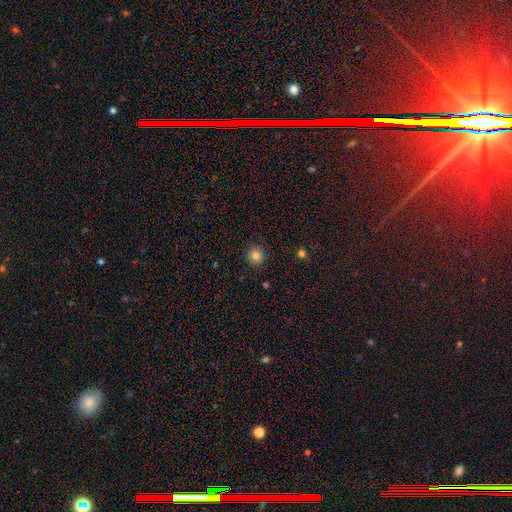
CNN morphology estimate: A smooth galaxy with no disk features (83%) that is round (93%).

Vote fractions:
- Smooth or featured? smooth: 83% / star or artifact: 12% / featured or disk: 5%
- How rounded? round: 93% / in between: 6% / cigar-shaped: 1%
- Merging? none: 90% / minor disturbance: 7% / major disturbance: 2% / merger: 1%